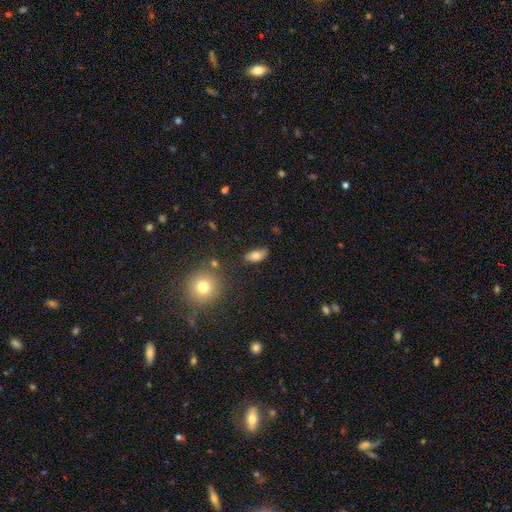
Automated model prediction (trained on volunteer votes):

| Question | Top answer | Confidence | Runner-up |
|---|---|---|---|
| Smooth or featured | smooth | 80% | featured or disk (11%) |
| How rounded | in between | 88% | cigar-shaped (6%) |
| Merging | none | 74% | minor disturbance (19%) |